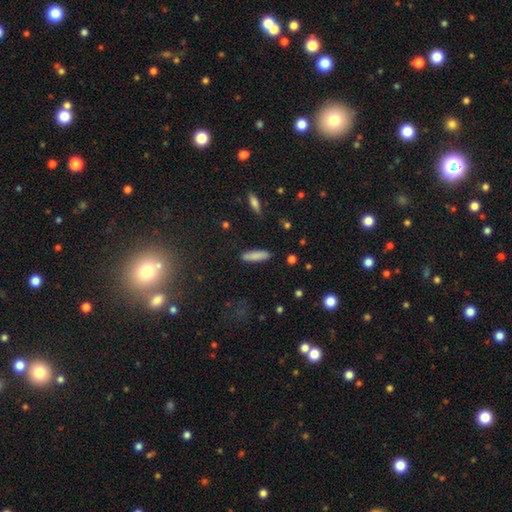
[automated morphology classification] Smooth or featured? Predicted: smooth (p=0.84). How rounded? Predicted: cigar-shaped (p=0.63). Merging? Predicted: none (p=0.86).